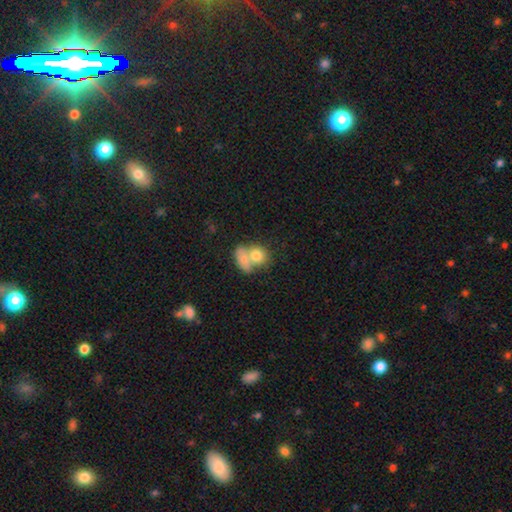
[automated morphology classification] Overall: smooth (74%). How rounded: round (56%; in between 42%). Merging: merger (64%).